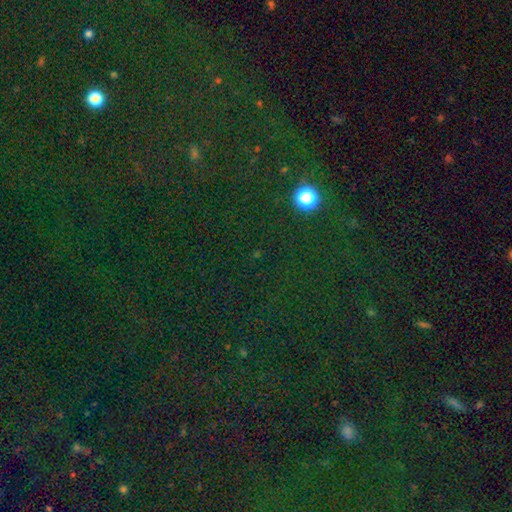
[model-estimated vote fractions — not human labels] Smooth or featured?
  - star or artifact: 76% *
  - smooth: 17%
  - featured or disk: 7%